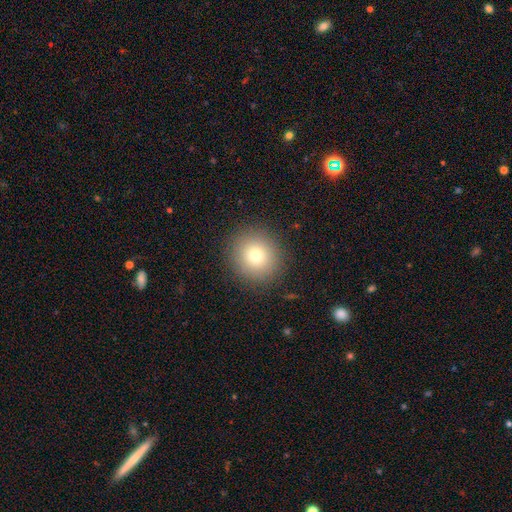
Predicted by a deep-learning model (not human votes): A smooth galaxy with no disk features (75%) that is round (92%). Merging: none (90%).